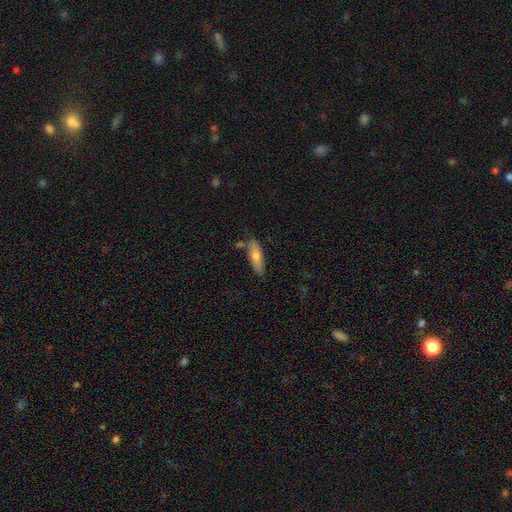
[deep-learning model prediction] Smooth or featured: smooth — 69% (featured or disk — 25%)
How rounded: cigar-shaped — 50% (in between — 48%)
Merging: none — 74% (minor disturbance — 16%)